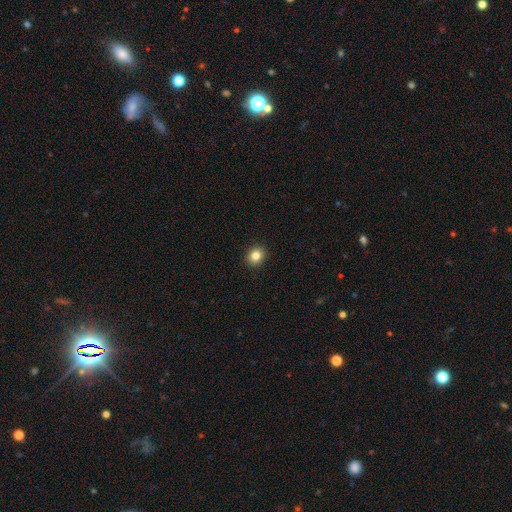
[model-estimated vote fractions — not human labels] Smooth or featured? Predicted: smooth (p=0.83). How rounded? Predicted: round (p=0.78). Merging? Predicted: none (p=0.92).